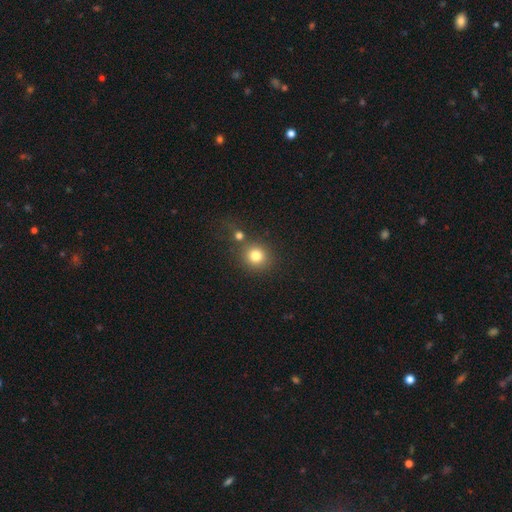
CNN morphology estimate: Smooth or featured? smooth (80%)
How rounded? round (88%)
Merging? none (70%)